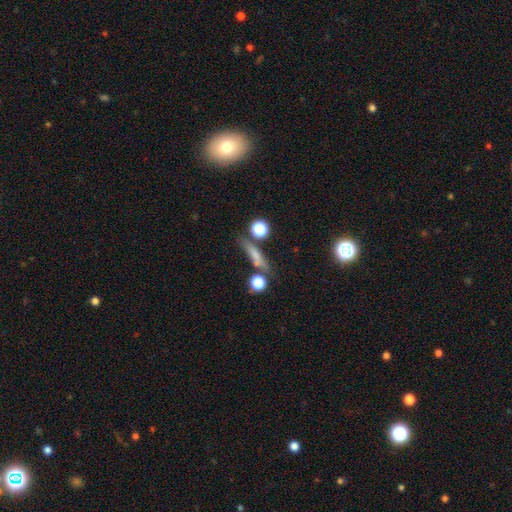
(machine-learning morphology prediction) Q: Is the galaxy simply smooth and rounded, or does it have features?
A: smooth — 60%.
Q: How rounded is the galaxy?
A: cigar-shaped — 71%.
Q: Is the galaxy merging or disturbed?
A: none — 69%.